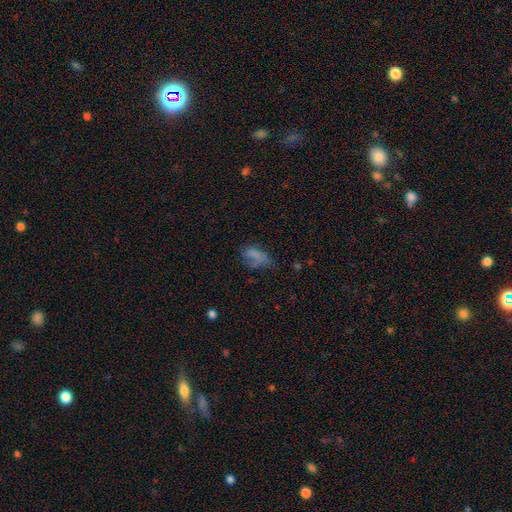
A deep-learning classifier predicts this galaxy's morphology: A smooth galaxy with no disk features (66%) that is in between round and cigar-shaped (87%).

Vote fractions:
- Smooth or featured? smooth: 66% / featured or disk: 19% / star or artifact: 16%
- How rounded? in between: 87% / round: 7% / cigar-shaped: 6%
- Merging? none: 35% / major disturbance: 31% / minor disturbance: 28% / merger: 6%